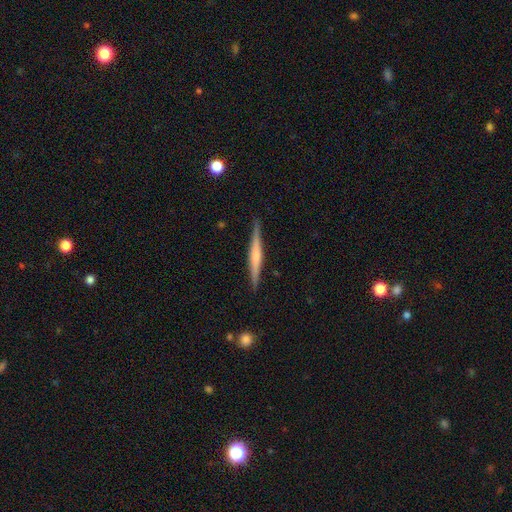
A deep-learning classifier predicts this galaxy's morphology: Smooth or featured?
  - featured or disk: 63% *
  - smooth: 32%
  - star or artifact: 6%
Edge-on disk?
  - yes: 98% *
  - no: 2%
Edge-on bulge?
  - rounded: 49% *
  - none: 29%
  - boxy: 22%
Merging?
  - none: 90% *
  - minor disturbance: 7%
  - major disturbance: 2%
  - merger: 1%